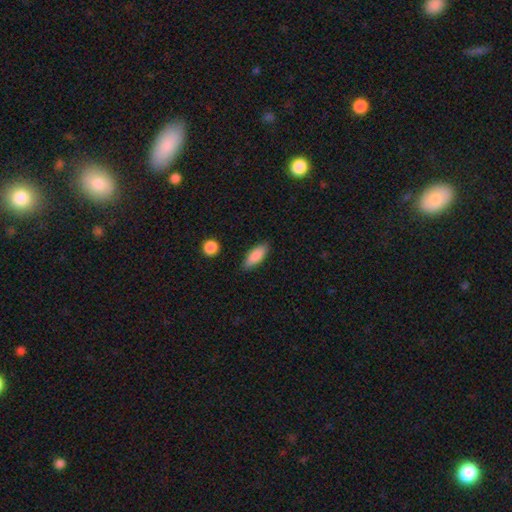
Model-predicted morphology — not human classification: Overall: smooth (86%). How rounded: in between (75%). Merging: none (83%).